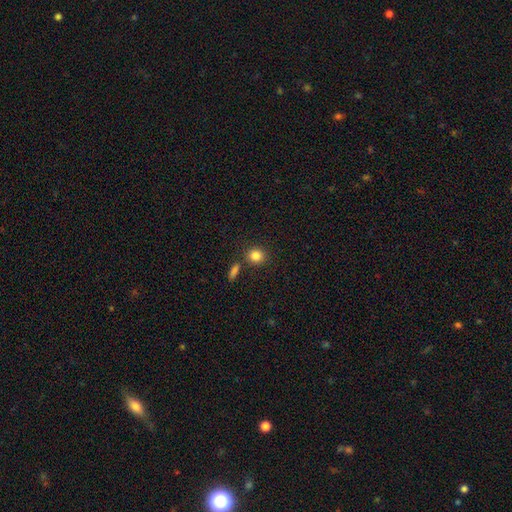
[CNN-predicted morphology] smooth_or_featured: smooth (p=0.84) [alt: star or artifact p=0.10]
how_rounded: round (p=0.79) [alt: in between p=0.20]
merging: none (p=0.79) [alt: merger p=0.09]